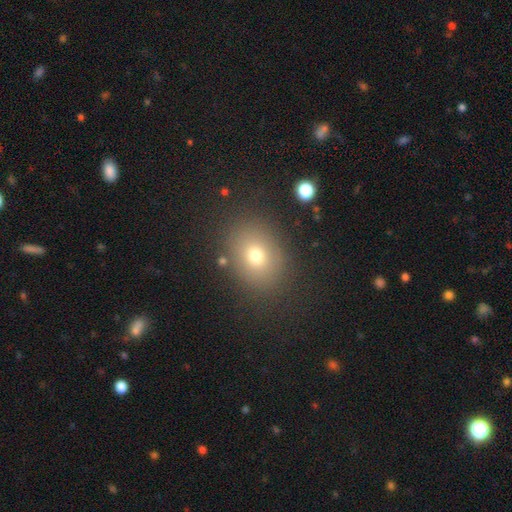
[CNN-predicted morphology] smooth_or_featured: smooth (p=0.72) [alt: star or artifact p=0.15]
how_rounded: in between (p=0.50) [alt: round p=0.49]
merging: none (p=0.83) [alt: minor disturbance p=0.10]